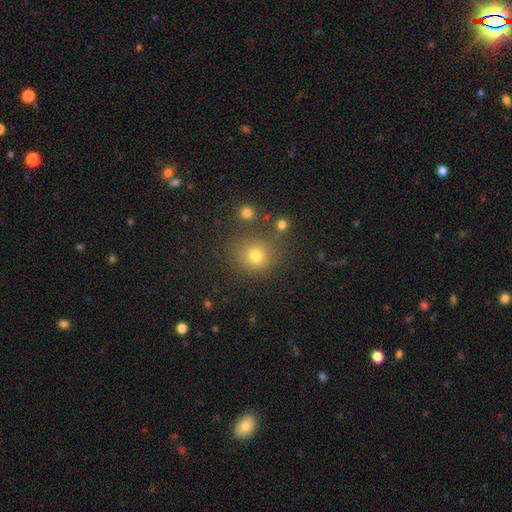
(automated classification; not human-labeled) Smooth or featured? smooth (74%)
How rounded? round (85%)
Merging? none (75%)